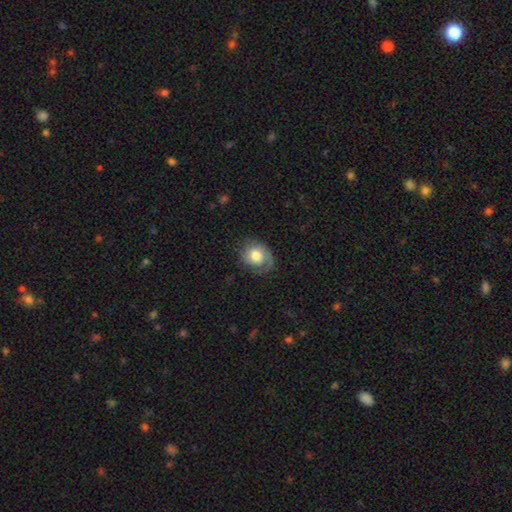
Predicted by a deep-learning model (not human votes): This appears to be a featured or disk galaxy (50%). Merging: none (63%).